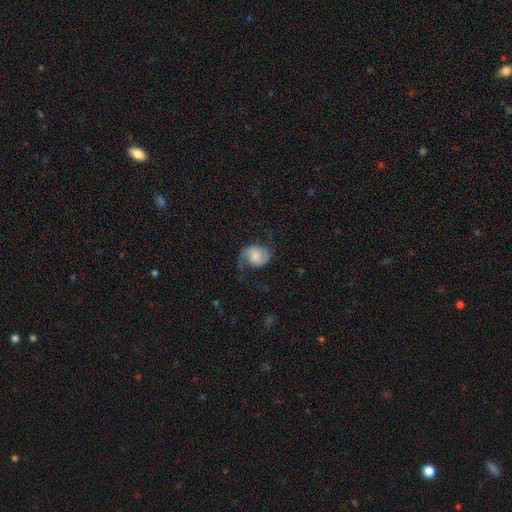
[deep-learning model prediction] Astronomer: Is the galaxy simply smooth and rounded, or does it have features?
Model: featured or disk — 60%.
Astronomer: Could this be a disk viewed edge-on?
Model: no — 98%.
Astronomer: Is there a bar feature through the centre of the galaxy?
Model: no — 58% (runner-up: weak, 34%).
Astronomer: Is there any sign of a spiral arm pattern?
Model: yes — 92%.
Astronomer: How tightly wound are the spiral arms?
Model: loose — 50% (runner-up: medium, 38%).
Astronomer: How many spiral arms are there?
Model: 2 — 90%.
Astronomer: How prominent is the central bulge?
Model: moderate — 26% (runner-up: none, 25%).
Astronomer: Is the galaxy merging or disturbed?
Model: none — 62%.